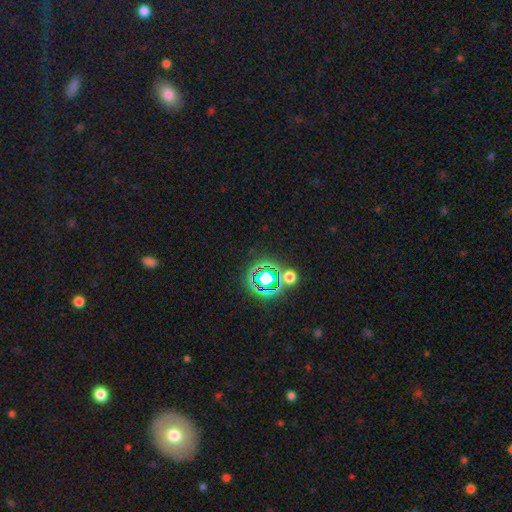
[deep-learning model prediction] A star or artifact, not a galaxy (65%).

Vote fractions:
- Smooth or featured? star or artifact: 65% / smooth: 24% / featured or disk: 11%